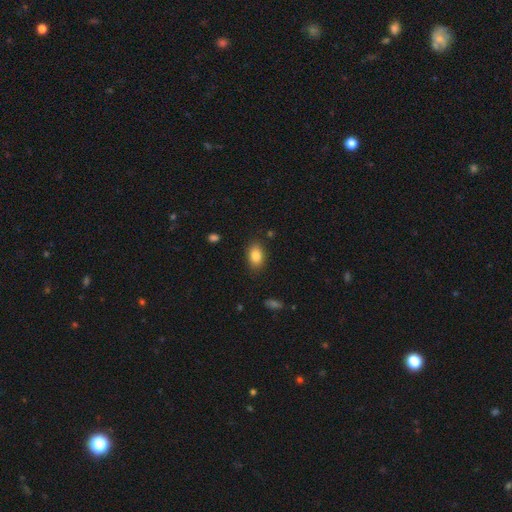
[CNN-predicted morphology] Smooth or featured?
  - smooth: 84% *
  - star or artifact: 8%
  - featured or disk: 7%
How rounded?
  - in between: 85% *
  - round: 14%
  - cigar-shaped: 1%
Merging?
  - none: 85% *
  - minor disturbance: 11%
  - major disturbance: 3%
  - merger: 1%